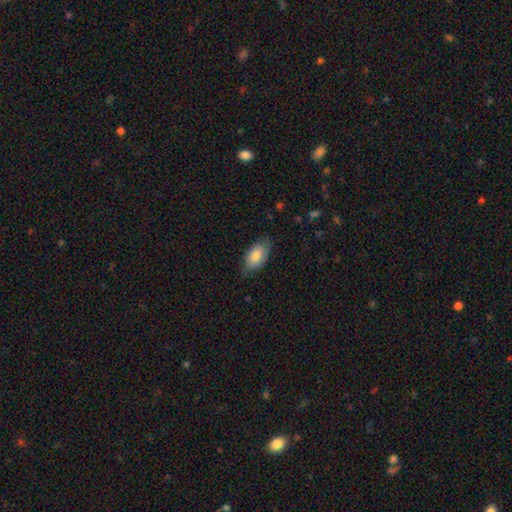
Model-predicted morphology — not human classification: Smooth or featured?
  - smooth: 79% *
  - featured or disk: 15%
  - star or artifact: 6%
How rounded?
  - in between: 93% *
  - round: 4%
  - cigar-shaped: 3%
Merging?
  - none: 73% *
  - minor disturbance: 22%
  - major disturbance: 4%
  - merger: 1%